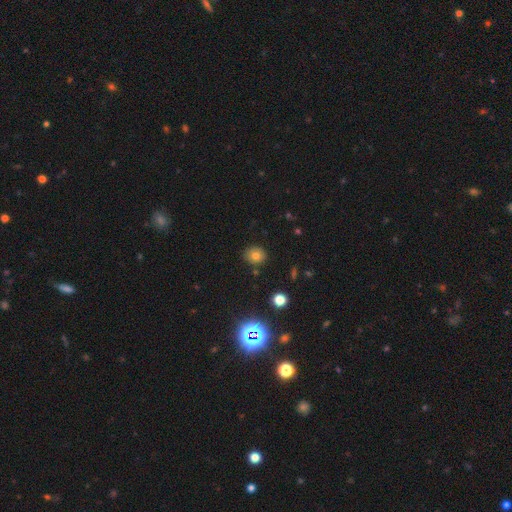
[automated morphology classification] A smooth galaxy with no disk features (72%) that is round (70%). Merging: none (84%).